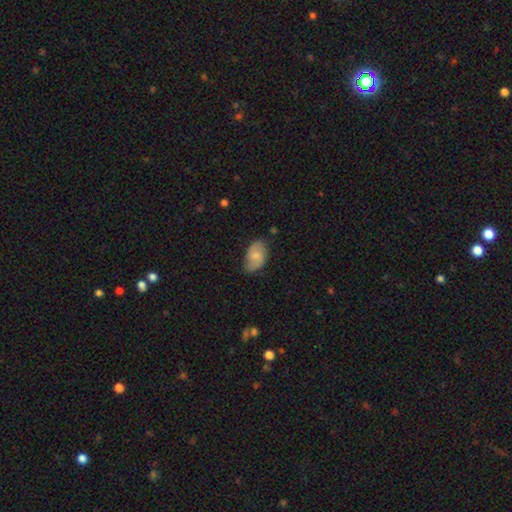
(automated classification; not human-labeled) This appears to be a smooth galaxy with no disk features (62%) that is in between round and cigar-shaped (92%). Merging: none (69%).